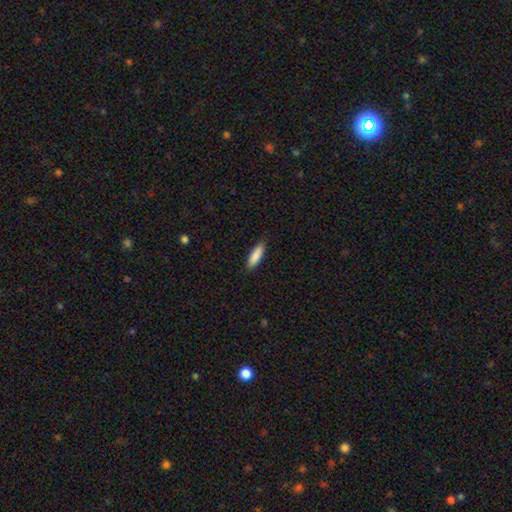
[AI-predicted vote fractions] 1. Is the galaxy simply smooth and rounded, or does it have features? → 87% smooth, 7% featured or disk, 6% star or artifact.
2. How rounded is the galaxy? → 55% cigar-shaped, 44% in between, 1% round.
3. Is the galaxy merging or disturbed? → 87% none, 10% minor disturbance, 2% major disturbance, 1% merger.